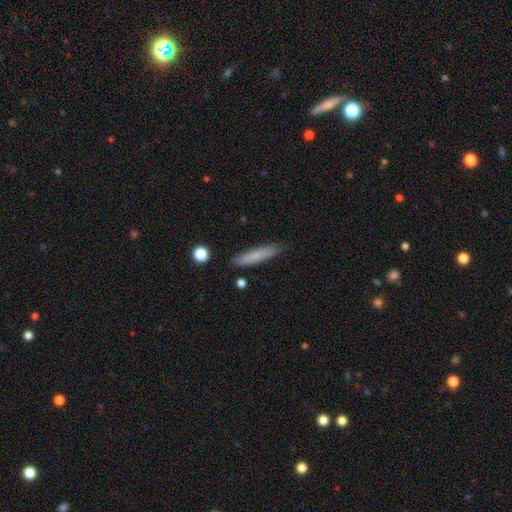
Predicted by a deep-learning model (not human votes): smooth-or-featured: smooth: 77% | featured or disk: 17% | star or artifact: 7%
  how-rounded: cigar-shaped: 87% | in between: 11% | round: 2%
  merging: none: 86% | minor disturbance: 10% | major disturbance: 2% | merger: 2%